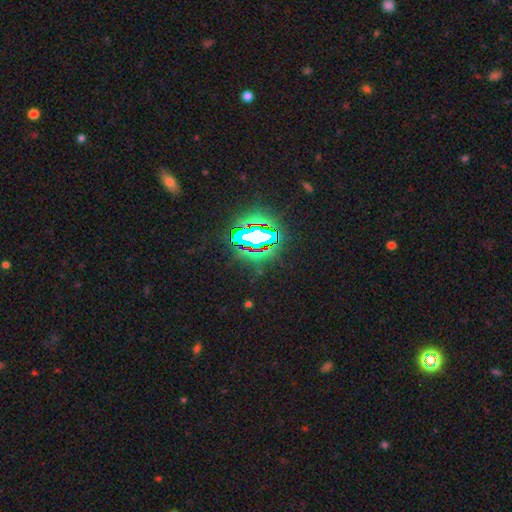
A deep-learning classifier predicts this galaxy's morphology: A star or artifact, not a galaxy (83%).